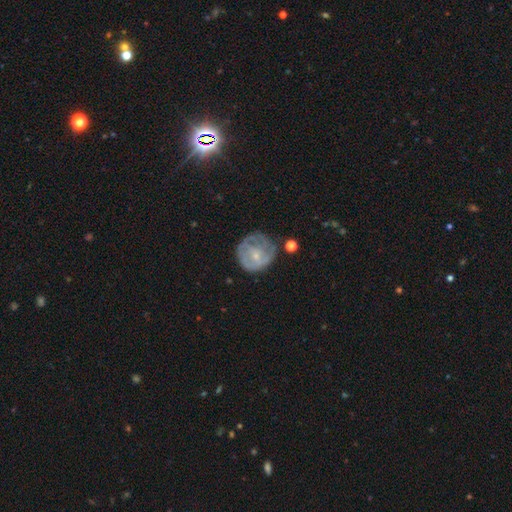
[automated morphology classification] This is possibly a featured or disk galaxy (60%). It is clearly not viewed edge-on (98%). Bar: likely no (69%). Spiral arm pattern: likely yes (65%). Central bulge: likely small (71%). Merging: possibly none (51%).